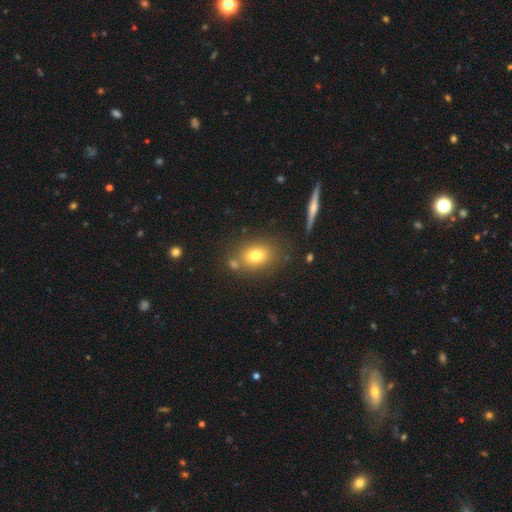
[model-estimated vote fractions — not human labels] Smooth or featured?
  - smooth: 75% *
  - featured or disk: 13%
  - star or artifact: 12%
How rounded?
  - in between: 64% *
  - round: 34%
  - cigar-shaped: 2%
Merging?
  - none: 71% *
  - merger: 12%
  - minor disturbance: 12%
  - major disturbance: 4%